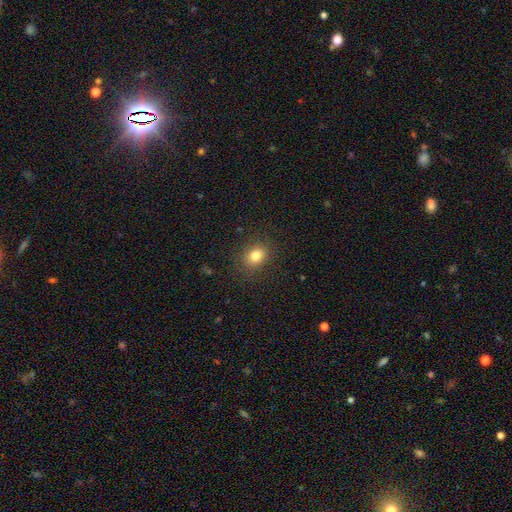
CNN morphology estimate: smooth-or-featured: smooth: 81% | star or artifact: 12% | featured or disk: 7%
  how-rounded: round: 56% | in between: 43% | cigar-shaped: 1%
  merging: none: 87% | minor disturbance: 9% | major disturbance: 3% | merger: 1%